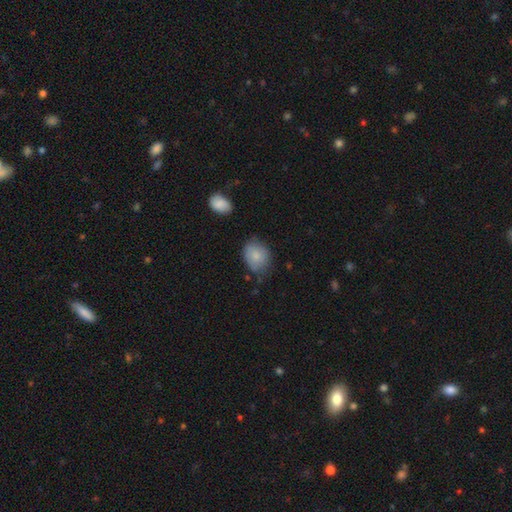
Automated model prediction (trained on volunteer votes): smooth 81%, featured or disk 12%, star or artifact 7%. Down the decision tree: how rounded — in between (52%); merging — none (61%).